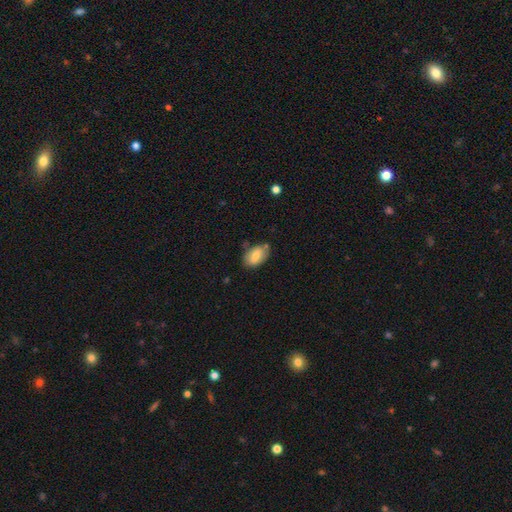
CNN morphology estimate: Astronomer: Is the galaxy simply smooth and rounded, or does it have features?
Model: smooth — 77%.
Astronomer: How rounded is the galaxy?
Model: in between — 92%.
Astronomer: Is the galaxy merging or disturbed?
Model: none — 71%.